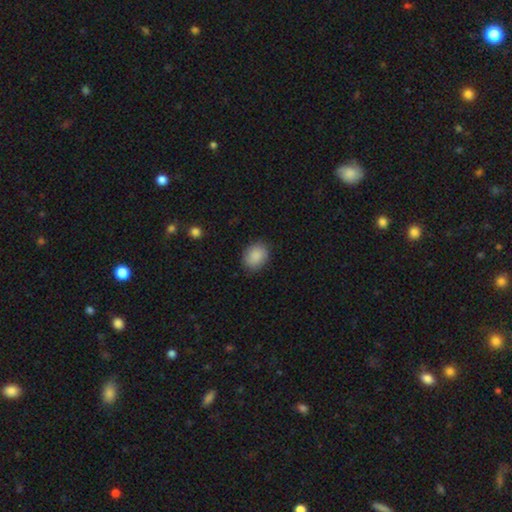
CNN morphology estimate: type=smooth (89%); roundness=in between (59%); merging=none (84%).